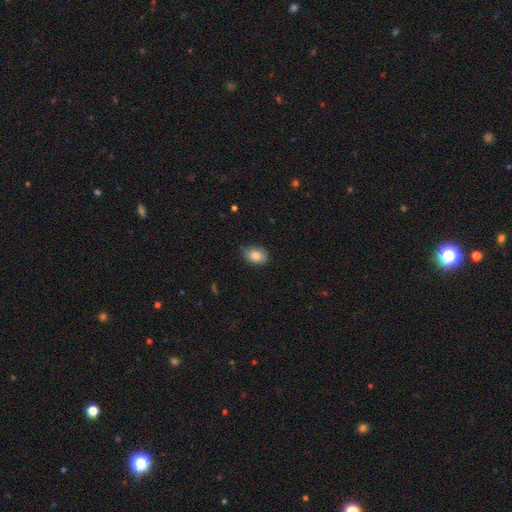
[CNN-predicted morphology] Overall: smooth (82%). How rounded: in between (75%). Merging: none (76%).